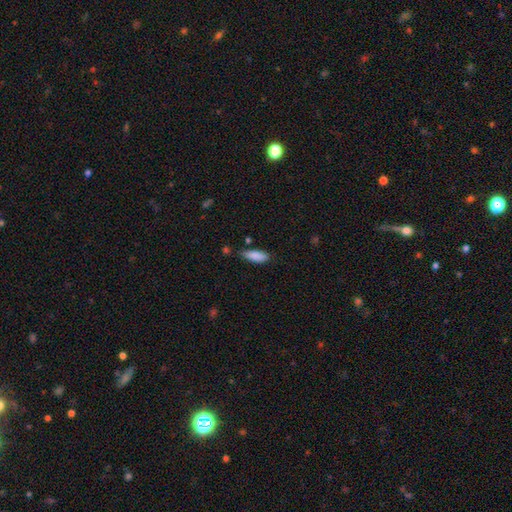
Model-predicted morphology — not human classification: The model was most divided on "how rounded": in between: 68%, cigar-shaped: 30%, round: 2%. More confident: smooth or featured — smooth (87%); merging — none (67%).